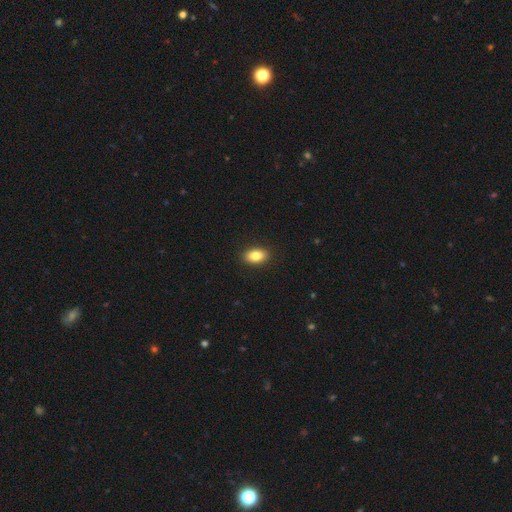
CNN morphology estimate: smooth_or_featured: smooth (p=0.84) [alt: star or artifact p=0.08]
how_rounded: in between (p=0.88) [alt: round p=0.09]
merging: none (p=0.90) [alt: minor disturbance p=0.07]